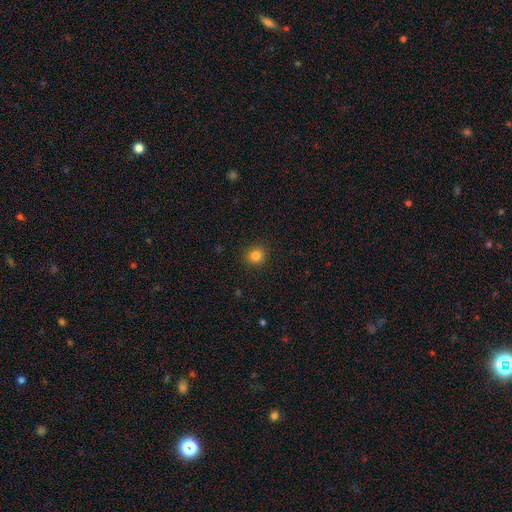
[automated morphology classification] smooth-or-featured: smooth: 83% | star or artifact: 12% | featured or disk: 5%
  how-rounded: round: 89% | in between: 10% | cigar-shaped: 1%
  merging: none: 91% | minor disturbance: 6% | major disturbance: 2% | merger: 1%